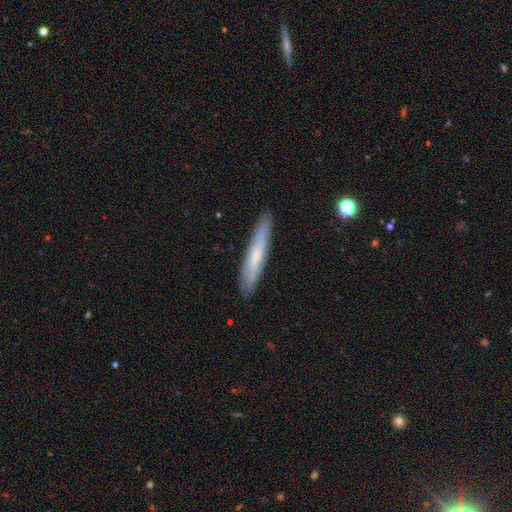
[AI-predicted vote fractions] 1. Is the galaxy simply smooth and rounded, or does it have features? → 57% smooth, 37% featured or disk, 6% star or artifact.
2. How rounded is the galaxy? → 94% cigar-shaped, 5% in between, 1% round.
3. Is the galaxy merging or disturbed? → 89% none, 8% minor disturbance, 2% major disturbance, 1% merger.